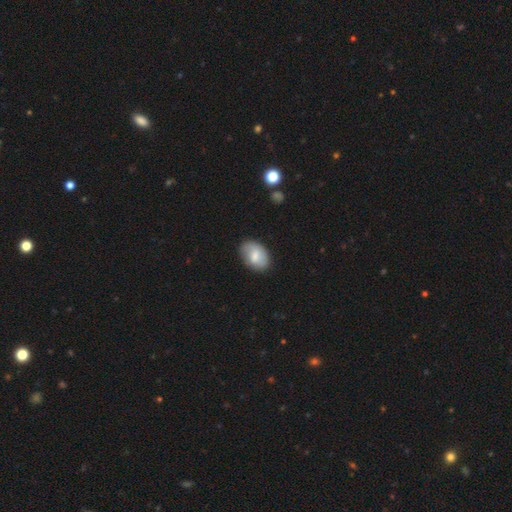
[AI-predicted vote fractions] This appears to be a smooth galaxy with no disk features (72%) that is in between round and cigar-shaped (87%). Merging: none (78%).